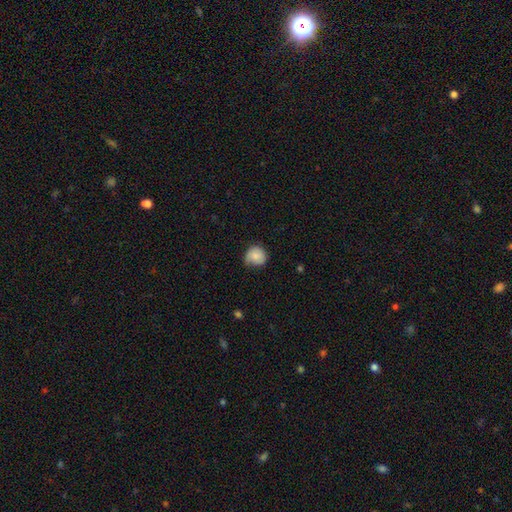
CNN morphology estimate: Smooth or featured: smooth — 78% (featured or disk — 14%)
How rounded: round — 82% (in between — 17%)
Merging: none — 55% (minor disturbance — 36%)